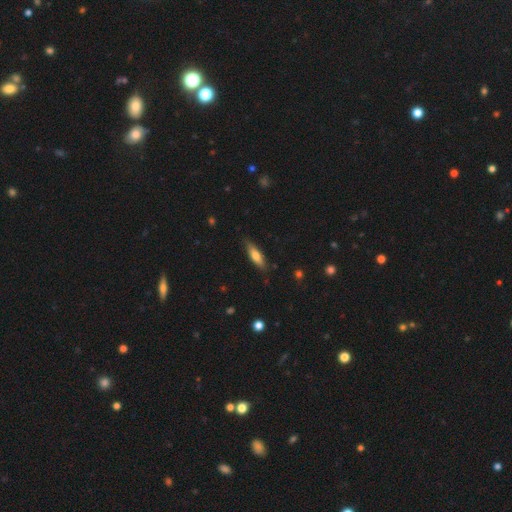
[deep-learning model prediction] A smooth galaxy with no disk features (65%) that is cigar-shaped (61%). Merging: none (82%).